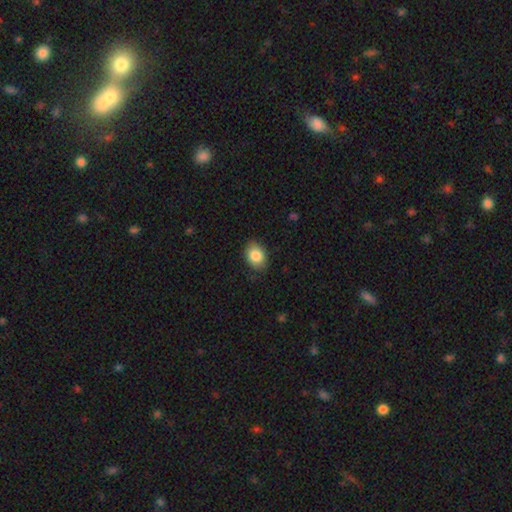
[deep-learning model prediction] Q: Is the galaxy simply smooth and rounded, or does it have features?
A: smooth — 85%.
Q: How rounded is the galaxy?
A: in between — 74%.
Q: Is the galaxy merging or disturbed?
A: none — 84%.